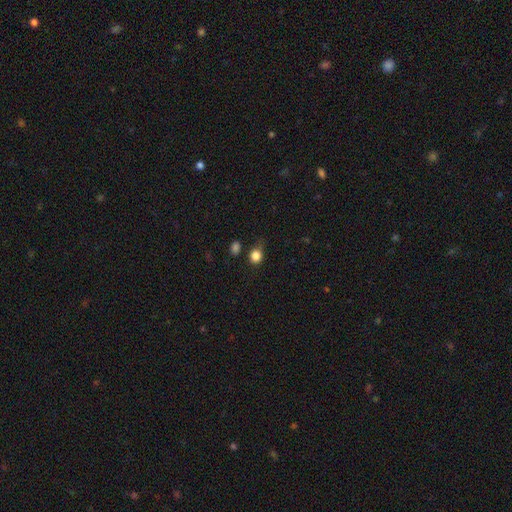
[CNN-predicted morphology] smooth_or_featured: smooth (p=0.84) [alt: star or artifact p=0.12]
how_rounded: round (p=0.69) [alt: in between p=0.30]
merging: none (p=0.62) [alt: minor disturbance p=0.24]